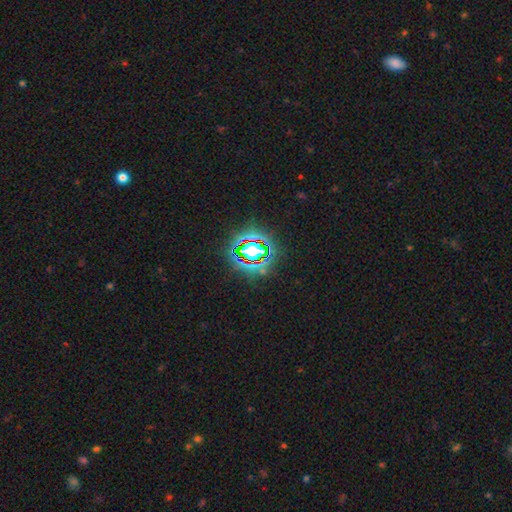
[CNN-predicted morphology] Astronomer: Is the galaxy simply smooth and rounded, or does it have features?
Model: star or artifact — 80%.